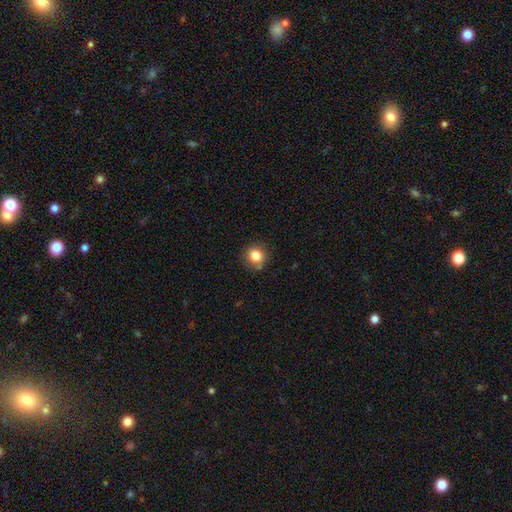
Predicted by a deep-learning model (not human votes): Smooth or featured? Predicted: smooth (p=0.83). How rounded? Predicted: round (p=0.90). Merging? Predicted: none (p=0.81).